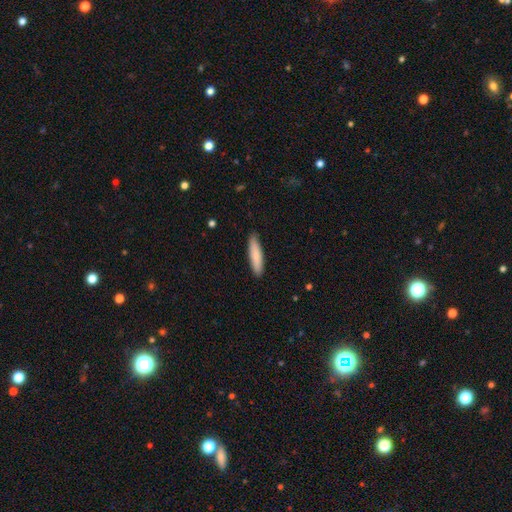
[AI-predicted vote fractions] Overall: smooth (81%). How rounded: cigar-shaped (81%). Merging: none (89%).